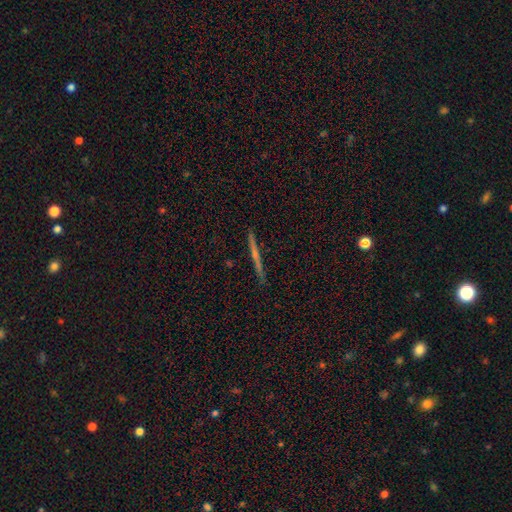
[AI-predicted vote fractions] Q: Smooth or featured?
A: featured or disk (60%); runner-up: smooth (33%)
Q: Edge-on disk?
A: yes (98%); runner-up: no (2%)
Q: Edge-on bulge?
A: none (68%); runner-up: rounded (26%)
Q: Merging?
A: none (91%); runner-up: minor disturbance (6%)